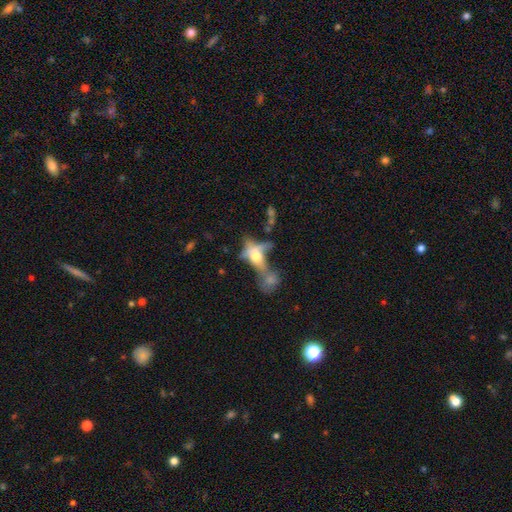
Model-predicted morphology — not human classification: The model was most divided on "smooth or featured": featured or disk: 44%, smooth: 42%, star or artifact: 14%. Remaining: merging — merger (46%).